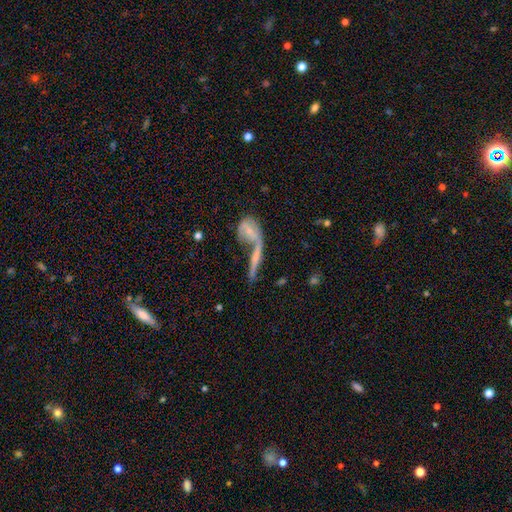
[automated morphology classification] Smooth or featured? featured or disk (42%)
Merging? merger (41%)